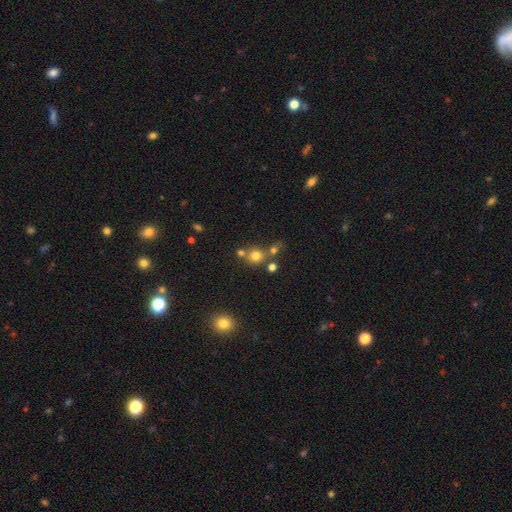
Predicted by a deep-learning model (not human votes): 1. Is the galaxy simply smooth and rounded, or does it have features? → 71% smooth, 18% star or artifact, 11% featured or disk.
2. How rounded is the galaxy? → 87% round, 12% in between, 1% cigar-shaped.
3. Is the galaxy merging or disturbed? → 59% none, 27% merger, 9% minor disturbance, 5% major disturbance.